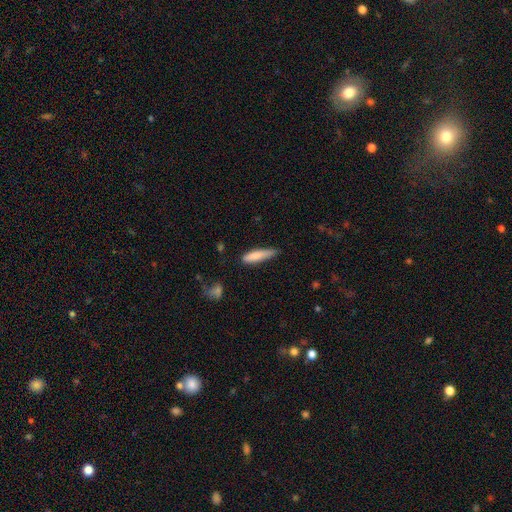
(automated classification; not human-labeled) smooth 81%, featured or disk 13%, star or artifact 6%. Down the decision tree: how rounded — cigar-shaped (77%); merging — none (56%).